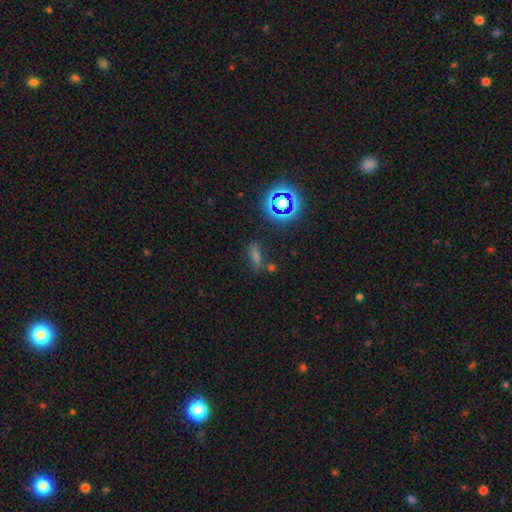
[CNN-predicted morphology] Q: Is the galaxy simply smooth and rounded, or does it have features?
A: smooth — 46%.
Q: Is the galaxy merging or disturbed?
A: none — 68%.